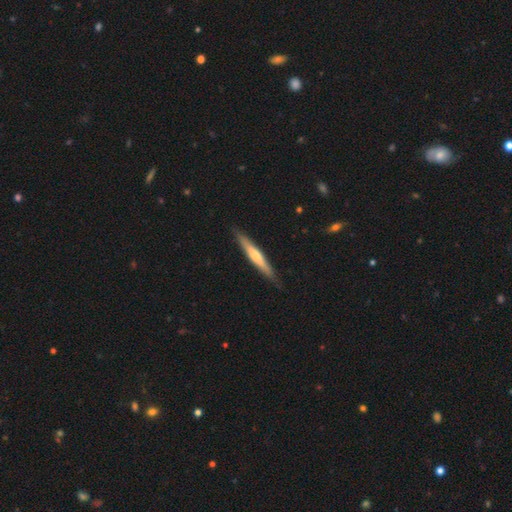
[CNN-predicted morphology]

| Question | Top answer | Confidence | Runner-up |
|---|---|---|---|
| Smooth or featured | featured or disk | 51% | smooth (43%) |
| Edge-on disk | yes | 94% | no (6%) |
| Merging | none | 88% | minor disturbance (10%) |